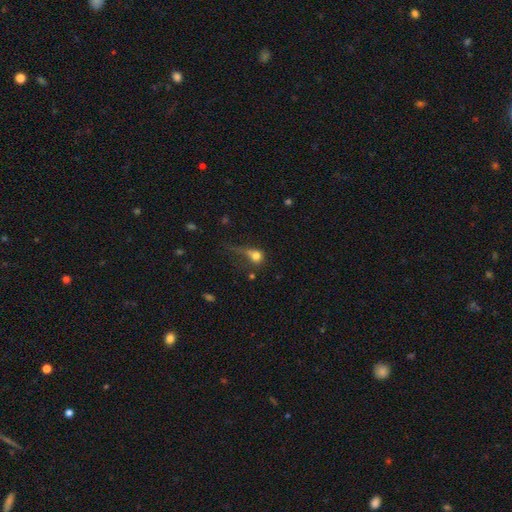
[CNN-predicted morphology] This is likely a smooth galaxy (73%). How rounded: likely round (69%). Merging: marginally major disturbance (41%).